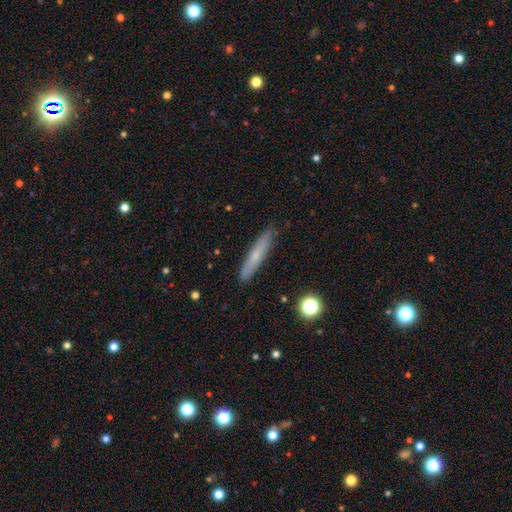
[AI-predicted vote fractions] This is possibly a smooth galaxy (60%). How rounded: clearly cigar-shaped (92%). Merging: clearly none (88%).